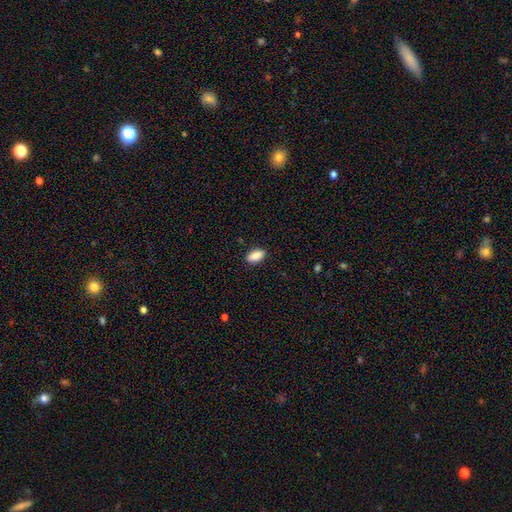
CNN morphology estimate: smooth 89%, star or artifact 7%, featured or disk 4%. Down the decision tree: how rounded — in between (90%); merging — none (88%).